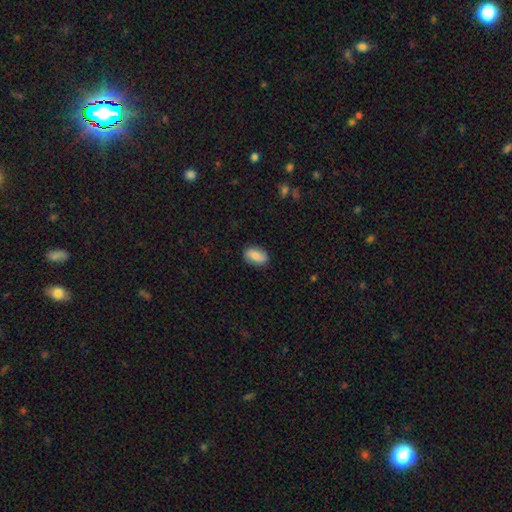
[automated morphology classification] smooth-or-featured: smooth: 71% | featured or disk: 22% | star or artifact: 7%
  how-rounded: in between: 87% | round: 9% | cigar-shaped: 3%
  merging: none: 84% | minor disturbance: 12% | major disturbance: 3% | merger: 1%